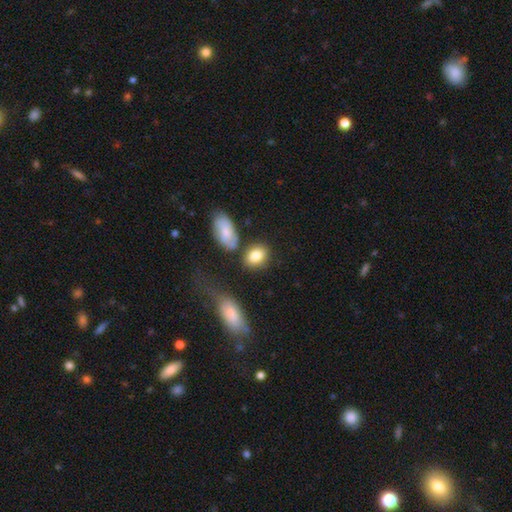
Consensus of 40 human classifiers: Smooth or featured: smooth — 82% (star or artifact — 10%)
How rounded: in between — 55% (round — 42%)
Merging: none — 69% (merger — 17%)